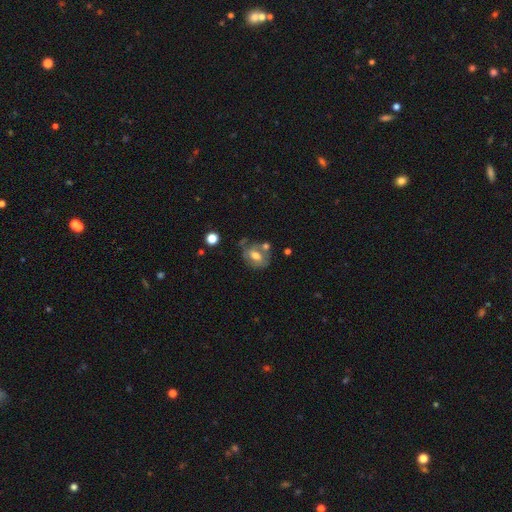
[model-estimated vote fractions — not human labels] smooth_or_featured: smooth (p=0.48) [alt: featured or disk p=0.42]
merging: none (p=0.46) [alt: minor disturbance p=0.22]